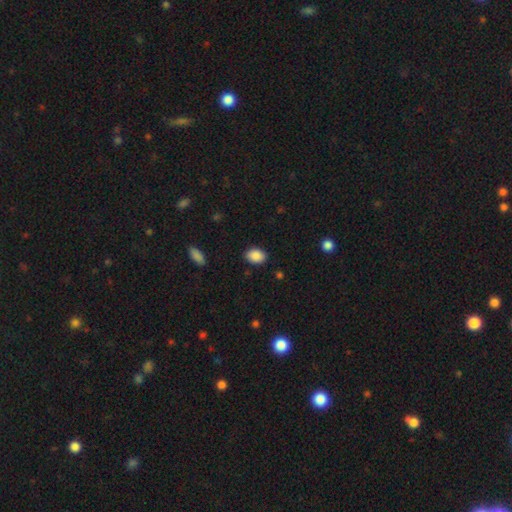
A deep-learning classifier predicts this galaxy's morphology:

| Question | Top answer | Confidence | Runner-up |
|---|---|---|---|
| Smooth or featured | smooth | 89% | star or artifact (8%) |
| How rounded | in between | 81% | round (18%) |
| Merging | none | 86% | minor disturbance (10%) |